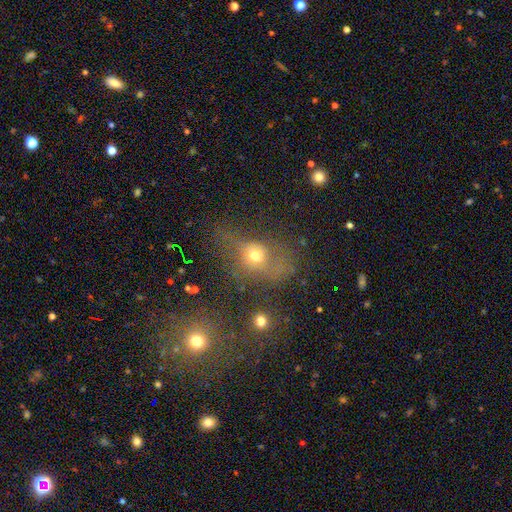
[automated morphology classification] smooth-or-featured: smooth: 56% | star or artifact: 23% | featured or disk: 21%
  how-rounded: round: 52% | in between: 45% | cigar-shaped: 3%
  merging: none: 39% | major disturbance: 30% | minor disturbance: 20% | merger: 11%